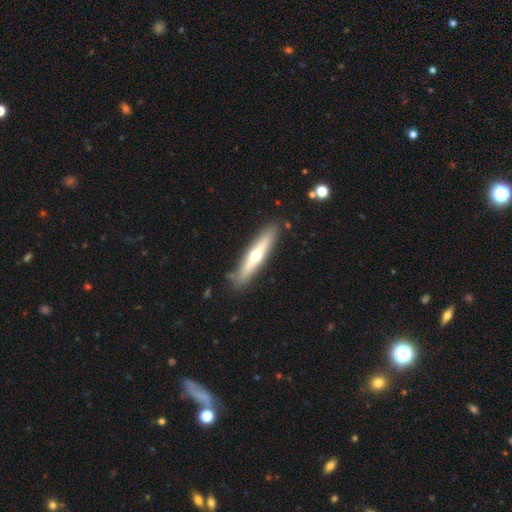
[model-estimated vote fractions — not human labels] Overall: featured or disk (52%; smooth 43%). Edge-on disk: yes (90%). Merging: none (86%).